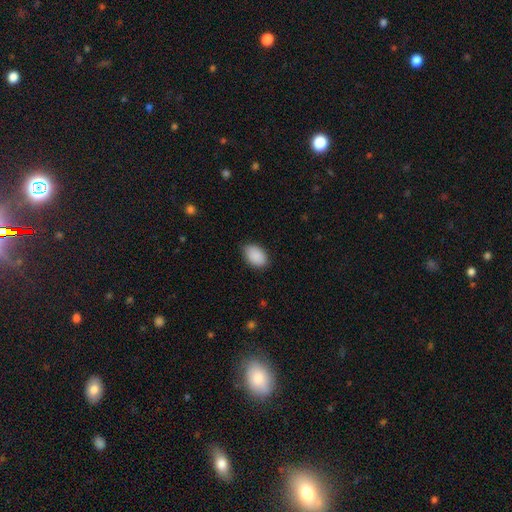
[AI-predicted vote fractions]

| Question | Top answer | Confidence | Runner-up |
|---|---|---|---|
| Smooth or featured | smooth | 90% | star or artifact (7%) |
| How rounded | in between | 89% | round (10%) |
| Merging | none | 79% | minor disturbance (17%) |